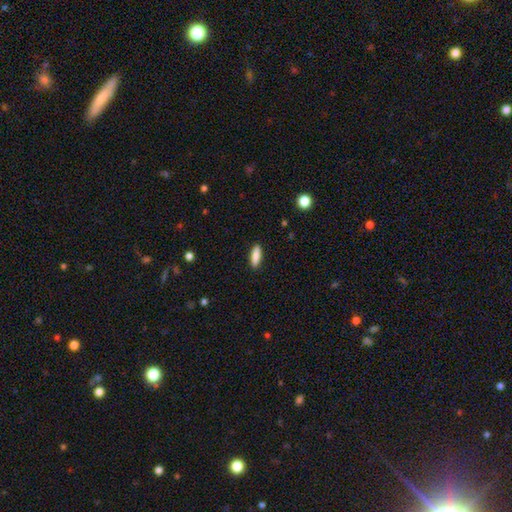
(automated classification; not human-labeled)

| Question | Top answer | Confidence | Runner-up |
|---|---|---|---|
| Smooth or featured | smooth | 84% | featured or disk (10%) |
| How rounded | cigar-shaped | 54% | in between (44%) |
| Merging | none | 90% | minor disturbance (7%) |